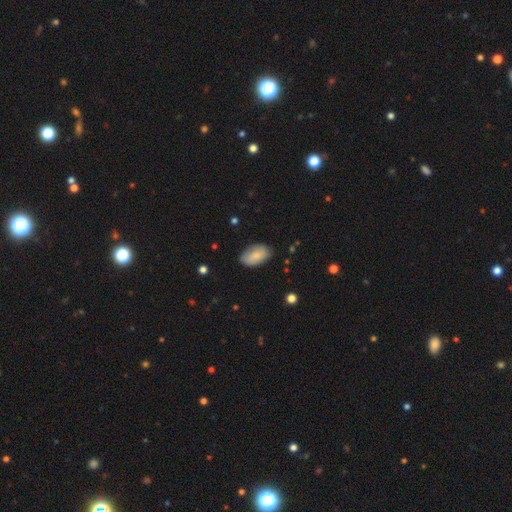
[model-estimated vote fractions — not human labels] The model was most divided on "merging": none: 80%, minor disturbance: 15%, major disturbance: 3%, merger: 1%. More confident: how rounded — in between (94%); smooth or featured — smooth (82%).